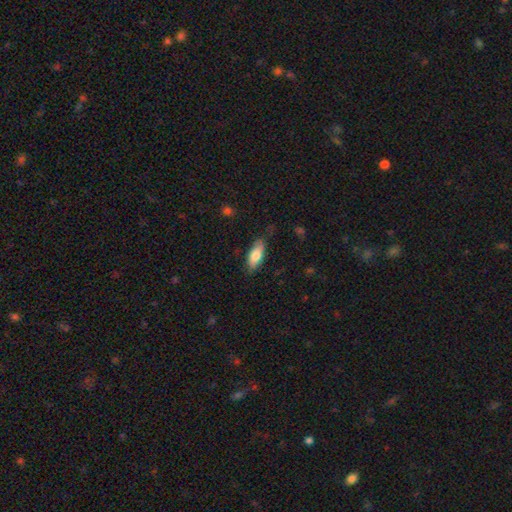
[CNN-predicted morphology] smooth-or-featured: smooth: 76% | featured or disk: 18% | star or artifact: 6%
  how-rounded: in between: 77% | cigar-shaped: 20% | round: 2%
  merging: none: 76% | minor disturbance: 19% | major disturbance: 4% | merger: 1%